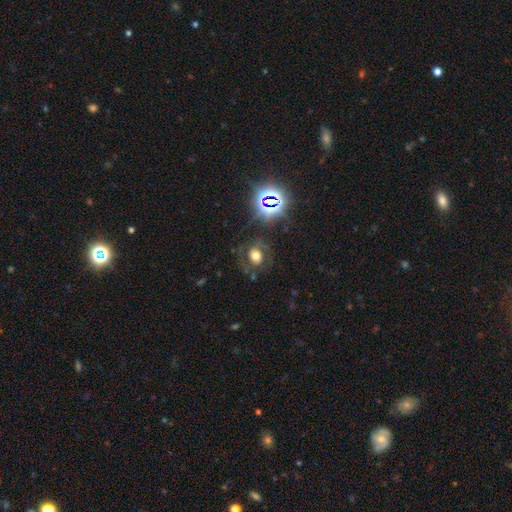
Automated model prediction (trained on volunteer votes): Smooth or featured: smooth — 41% (featured or disk — 34%)
Merging: none — 69% (minor disturbance — 16%)